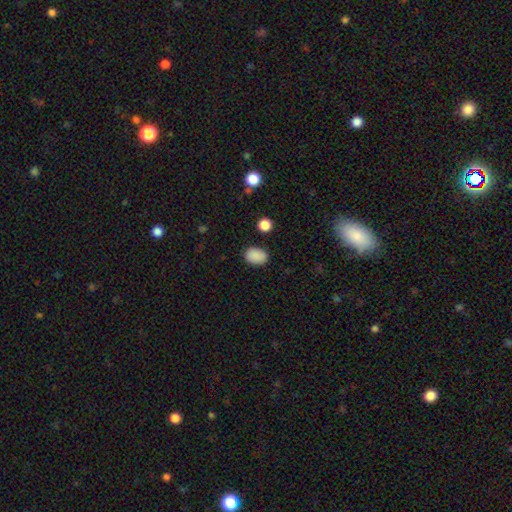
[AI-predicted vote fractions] The model was most divided on "how rounded": in between: 74%, round: 25%, cigar-shaped: 1%. More confident: smooth or featured — smooth (88%); merging — none (85%).